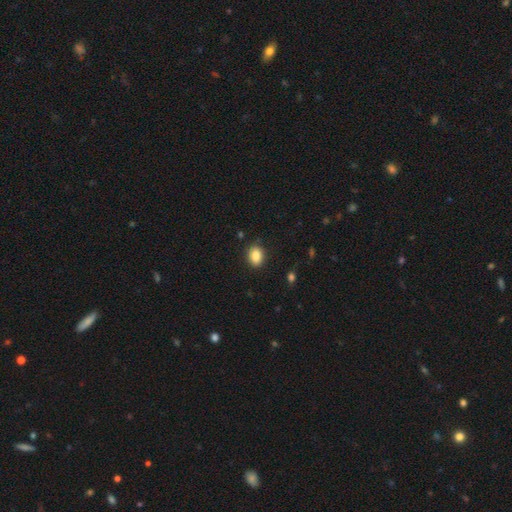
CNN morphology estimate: Q: Smooth or featured?
A: smooth (86%); runner-up: star or artifact (9%)
Q: How rounded?
A: in between (65%); runner-up: round (34%)
Q: Merging?
A: none (85%); runner-up: minor disturbance (11%)